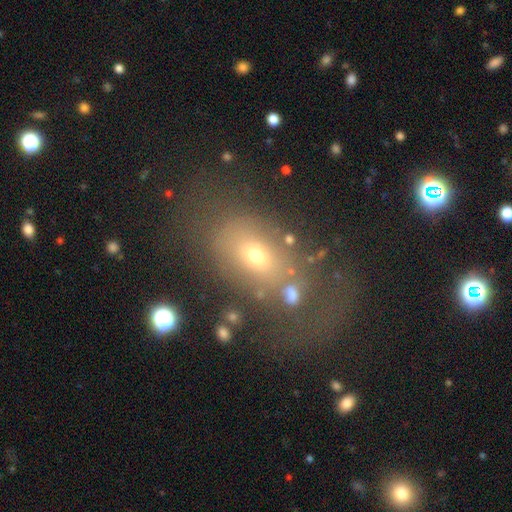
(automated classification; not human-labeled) Smooth or featured?
  - smooth: 57% *
  - featured or disk: 25%
  - star or artifact: 18%
How rounded?
  - in between: 75% *
  - round: 21%
  - cigar-shaped: 4%
Merging?
  - none: 50% *
  - major disturbance: 19%
  - minor disturbance: 17%
  - merger: 14%